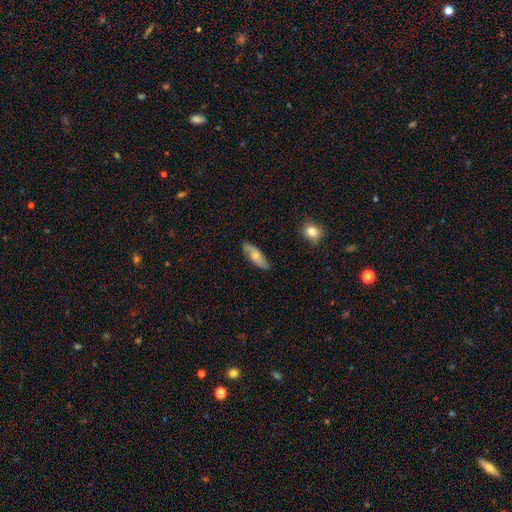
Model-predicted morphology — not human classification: smooth_or_featured: smooth (p=0.59) [alt: featured or disk p=0.35]
how_rounded: in between (p=0.66) [alt: cigar-shaped p=0.32]
merging: none (p=0.82) [alt: minor disturbance p=0.14]